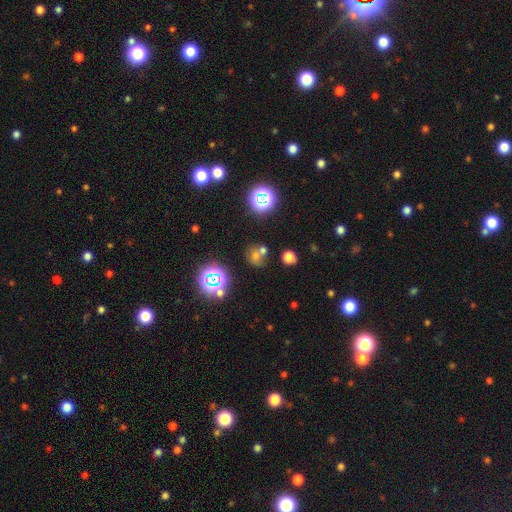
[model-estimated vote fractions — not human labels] Smooth or featured? smooth (51%)
How rounded? round (77%)
Merging? none (53%)